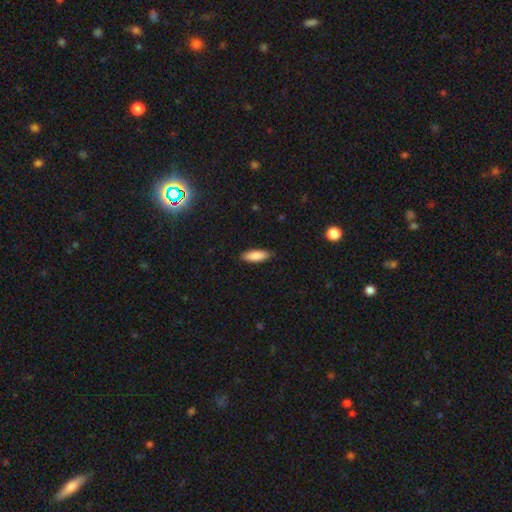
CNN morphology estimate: Smooth or featured? smooth (87%)
How rounded? in between (65%)
Merging? none (89%)